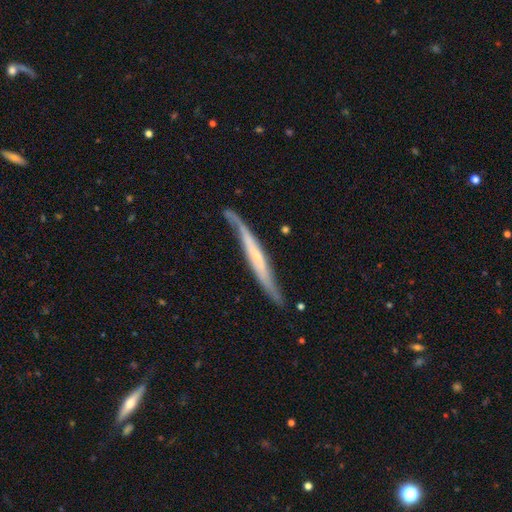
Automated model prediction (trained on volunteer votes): This is likely a featured or disk galaxy (70%). It is likely viewed edge-on (80%). Edge-on bulge: likely none (62%). Merging: likely none (64%).